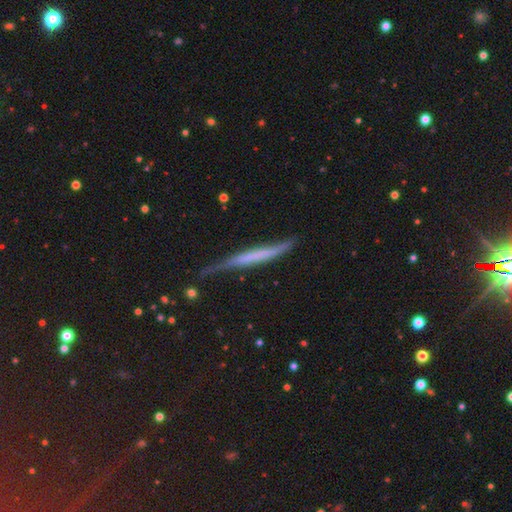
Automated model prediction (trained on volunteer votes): Morphology: type=featured or disk (54%); edge-on=yes (88%); merging=none (49%).